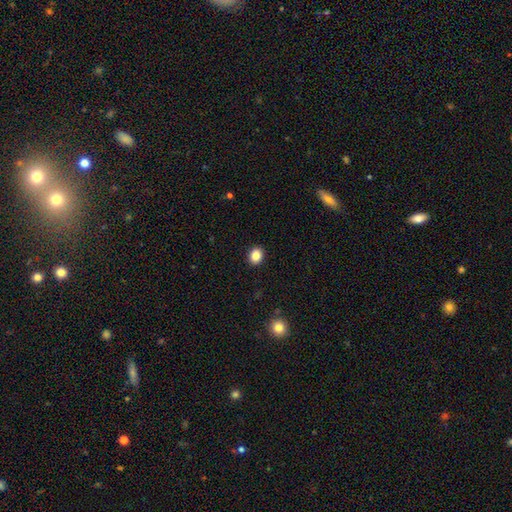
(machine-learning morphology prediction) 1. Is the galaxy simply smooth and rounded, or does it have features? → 85% smooth, 10% star or artifact, 5% featured or disk.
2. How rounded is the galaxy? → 59% round, 40% in between, 1% cigar-shaped.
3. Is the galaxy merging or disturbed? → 92% none, 6% minor disturbance, 2% major disturbance, 1% merger.